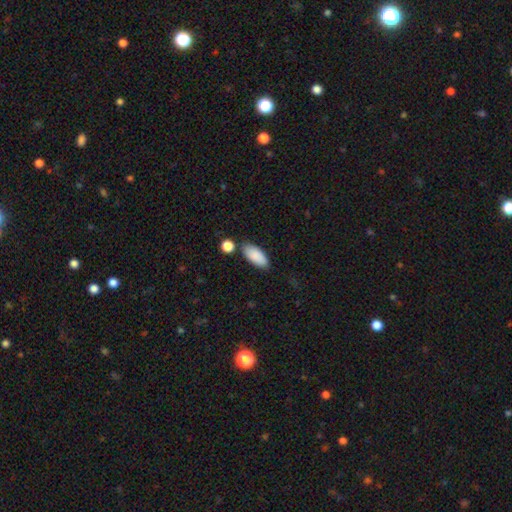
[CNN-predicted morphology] Smooth or featured?
  - smooth: 89% *
  - star or artifact: 6%
  - featured or disk: 5%
How rounded?
  - in between: 88% *
  - cigar-shaped: 10%
  - round: 2%
Merging?
  - none: 77% *
  - minor disturbance: 12%
  - merger: 8%
  - major disturbance: 3%